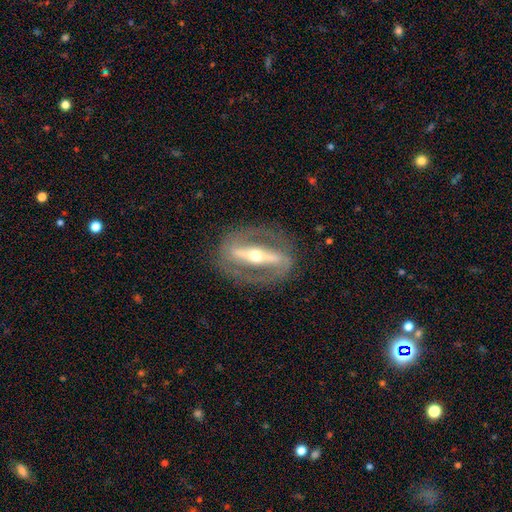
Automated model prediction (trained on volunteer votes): Smooth or featured?
  - featured or disk: 86% *
  - smooth: 9%
  - star or artifact: 5%
Edge-on disk?
  - no: 78% *
  - yes: 22%
Bar?
  - strong: 83% *
  - weak: 9%
  - no: 8%
Spiral arms?
  - yes: 66% *
  - no: 34%
Bulge size?
  - moderate: 55% *
  - small: 38%
  - large: 4%
  - dominant: 1%
  - none: 1%
Merging?
  - none: 81% *
  - minor disturbance: 11%
  - major disturbance: 7%
  - merger: 1%